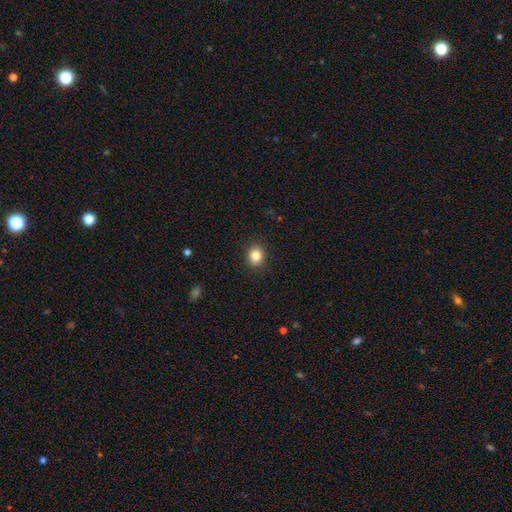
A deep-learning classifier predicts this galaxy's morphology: smooth-or-featured: smooth: 84% | star or artifact: 10% | featured or disk: 6%
  how-rounded: round: 65% | in between: 34% | cigar-shaped: 1%
  merging: none: 90% | minor disturbance: 7% | major disturbance: 2% | merger: 1%